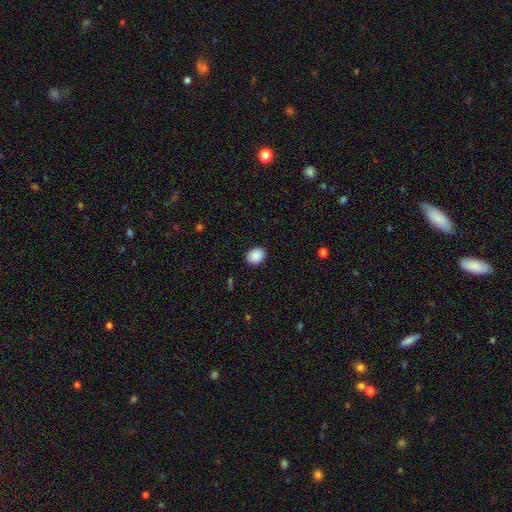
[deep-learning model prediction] Smooth or featured? Predicted: smooth (p=0.89). How rounded? Predicted: in between (p=0.50). Merging? Predicted: none (p=0.90).